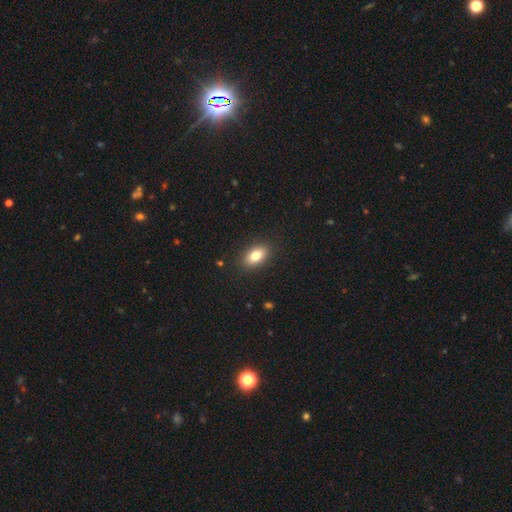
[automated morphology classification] smooth-or-featured: smooth: 81% | featured or disk: 11% | star or artifact: 8%
  how-rounded: in between: 88% | round: 9% | cigar-shaped: 3%
  merging: none: 88% | minor disturbance: 8% | major disturbance: 2% | merger: 1%